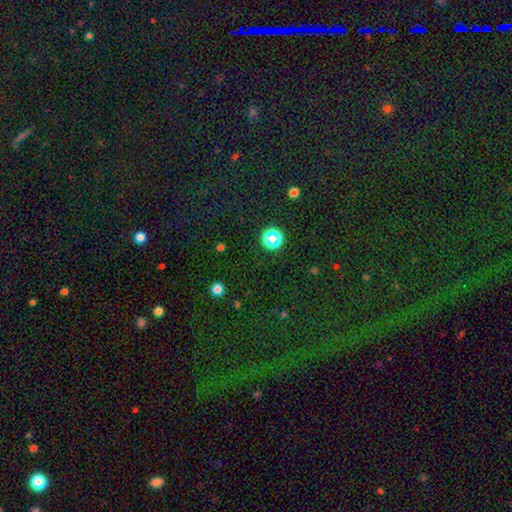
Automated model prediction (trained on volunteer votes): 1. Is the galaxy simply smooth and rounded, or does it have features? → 71% star or artifact, 21% smooth, 8% featured or disk.